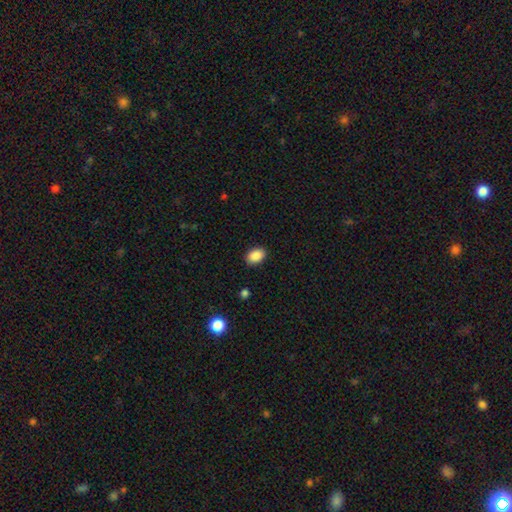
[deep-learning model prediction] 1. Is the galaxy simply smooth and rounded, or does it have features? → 89% smooth, 8% star or artifact, 3% featured or disk.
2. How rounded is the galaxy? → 83% in between, 16% round, 1% cigar-shaped.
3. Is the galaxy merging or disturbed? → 89% none, 8% minor disturbance, 2% major disturbance, 1% merger.